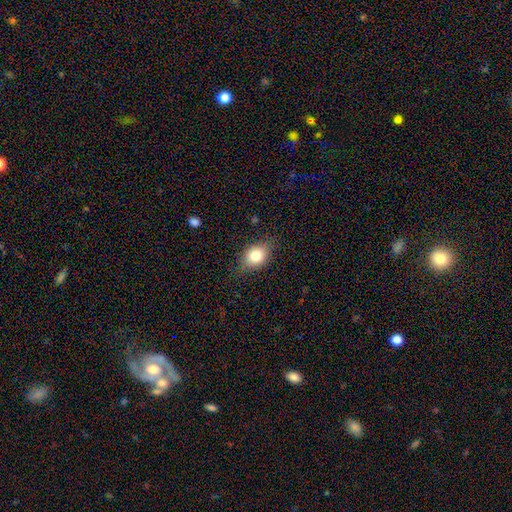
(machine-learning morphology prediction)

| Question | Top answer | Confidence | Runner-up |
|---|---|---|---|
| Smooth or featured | smooth | 76% | featured or disk (15%) |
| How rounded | in between | 67% | round (31%) |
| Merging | none | 77% | minor disturbance (18%) |